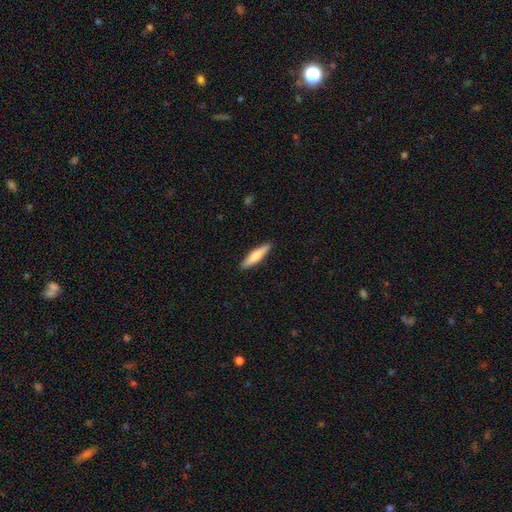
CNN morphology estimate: smooth 66%, featured or disk 29%, star or artifact 5%. Down the decision tree: how rounded — cigar-shaped (83%); merging — none (90%).